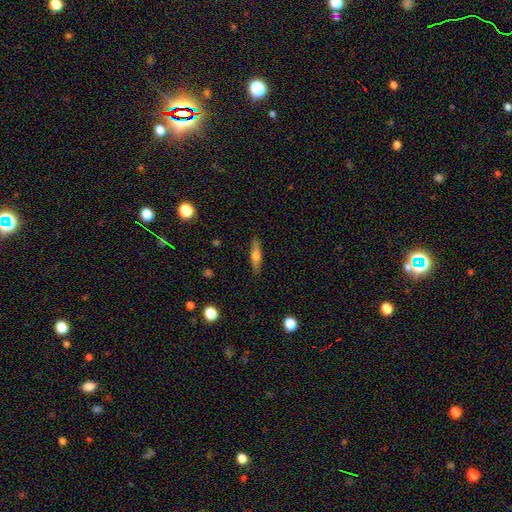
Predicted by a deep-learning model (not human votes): This appears to be a smooth galaxy with no disk features (50%). Merging: none (87%).